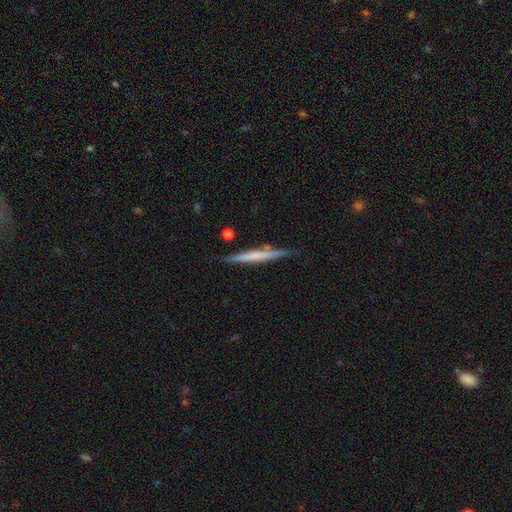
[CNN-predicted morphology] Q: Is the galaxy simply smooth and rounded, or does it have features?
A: featured or disk — 53%.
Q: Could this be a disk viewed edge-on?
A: yes — 97%.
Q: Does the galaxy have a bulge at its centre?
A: none — 69%.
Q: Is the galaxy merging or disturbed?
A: none — 83%.